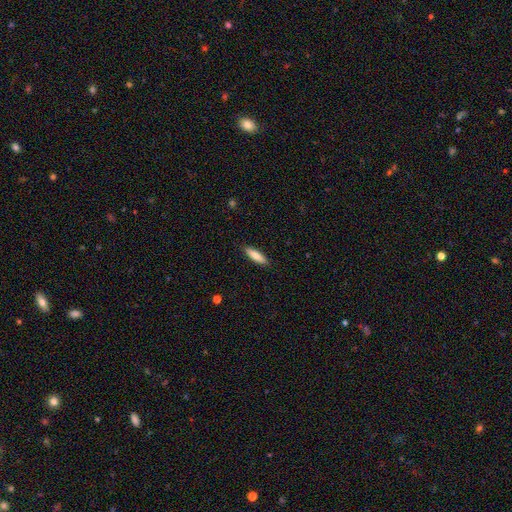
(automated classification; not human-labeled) smooth_or_featured: smooth (p=0.78) [alt: featured or disk p=0.16]
how_rounded: cigar-shaped (p=0.65) [alt: in between p=0.33]
merging: none (p=0.89) [alt: minor disturbance p=0.08]